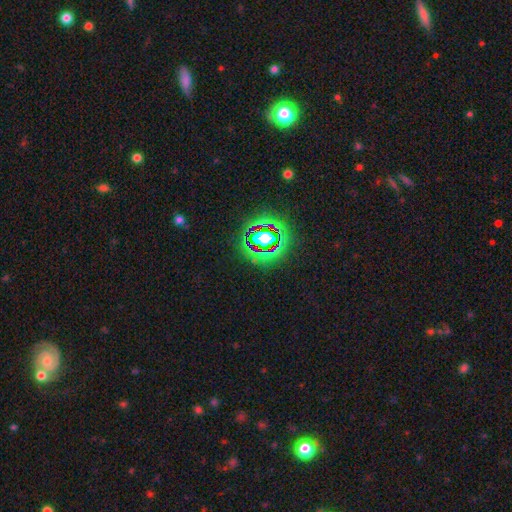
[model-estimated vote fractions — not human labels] The model was most divided on "smooth or featured": star or artifact: 77%, smooth: 13%, featured or disk: 9%.